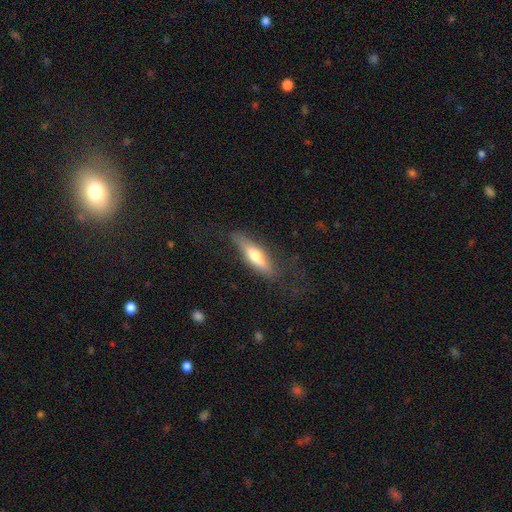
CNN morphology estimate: type=smooth (53%); roundness=cigar-shaped (66%); merging=none (75%).